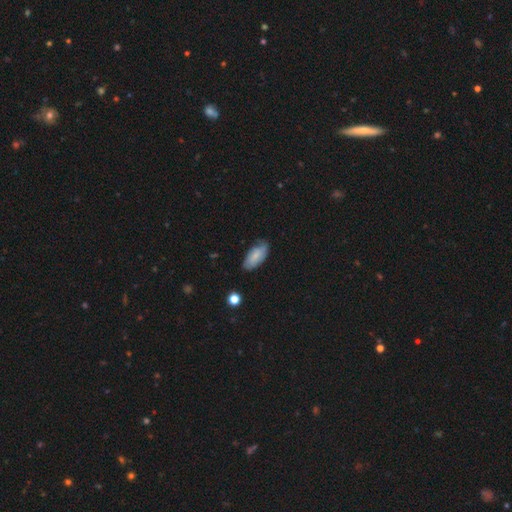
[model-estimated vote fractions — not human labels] This appears to be a smooth galaxy with no disk features (61%) that is in between round and cigar-shaped (90%). Merging: none (66%).